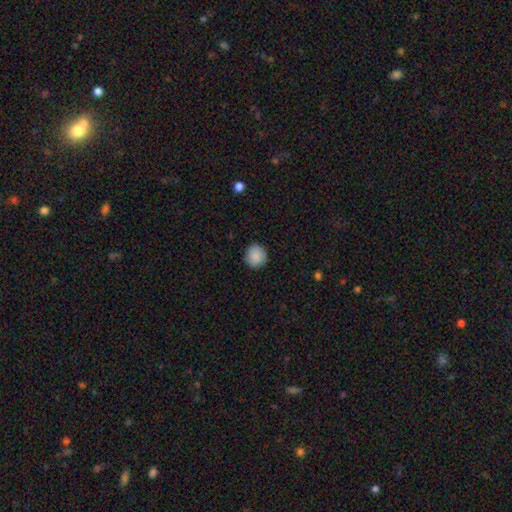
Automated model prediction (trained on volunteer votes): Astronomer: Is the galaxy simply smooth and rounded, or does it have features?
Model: smooth — 89%.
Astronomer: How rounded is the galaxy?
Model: round — 89%.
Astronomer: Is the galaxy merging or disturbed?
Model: none — 90%.